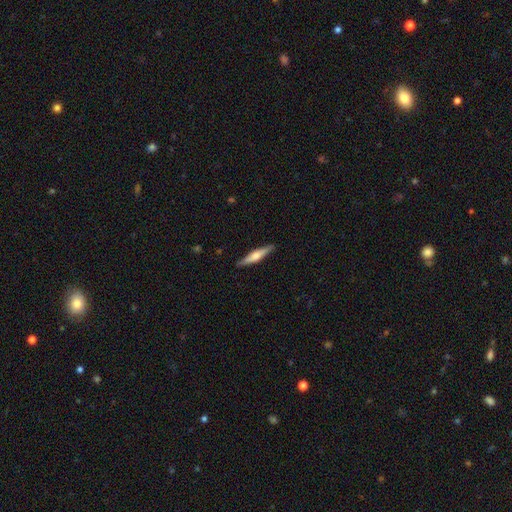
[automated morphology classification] Smooth or featured? featured or disk (53%)
Edge-on disk? yes (96%)
Edge-on bulge? rounded (76%)
Merging? none (89%)